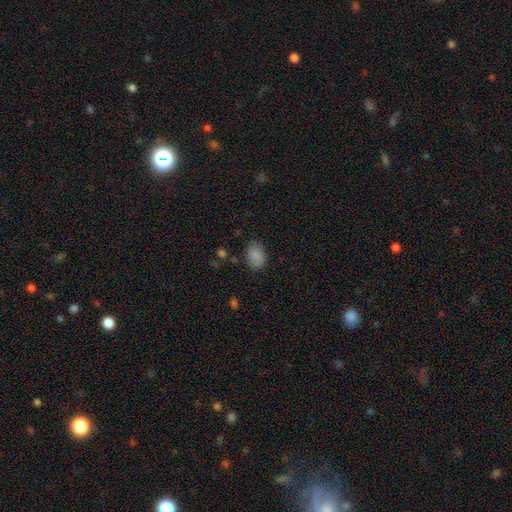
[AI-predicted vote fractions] smooth-or-featured: smooth: 84% | star or artifact: 10% | featured or disk: 7%
  how-rounded: in between: 75% | round: 23% | cigar-shaped: 1%
  merging: none: 74% | minor disturbance: 19% | major disturbance: 5% | merger: 2%